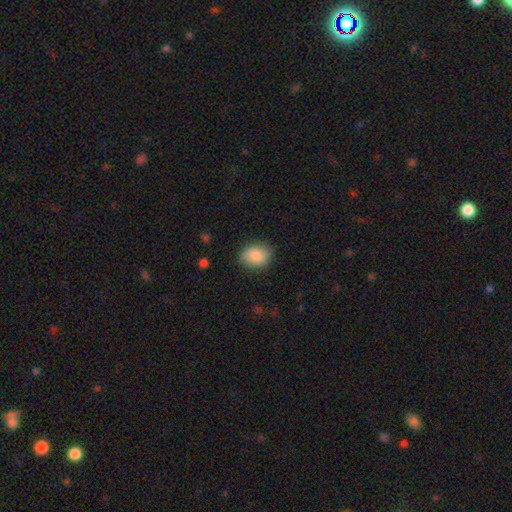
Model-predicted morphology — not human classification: Overall: smooth (83%). How rounded: in between (69%; round 30%). Merging: none (78%).